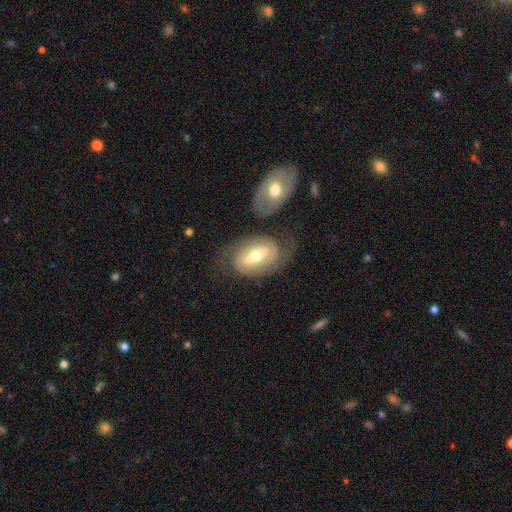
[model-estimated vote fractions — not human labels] smooth-or-featured: featured or disk: 72% | smooth: 22% | star or artifact: 6%
  disk-edge-on: no: 94% | yes: 6%
    bar: strong: 41% | weak: 38% | no: 21%
    has-spiral-arms: yes: 85% | no: 15%
      spiral-winding: medium: 42% | tight: 40% | loose: 18%
      spiral-arm-count: 2: 81% | can't tell: 11% | 1: 4% | 3: 2% | 4: 1% | more than 4: 1%
    bulge-size: moderate: 66% | small: 27% | large: 5% | dominant: 1% | none: 1%
  merging: none: 60% | minor disturbance: 17% | merger: 12% | major disturbance: 11%